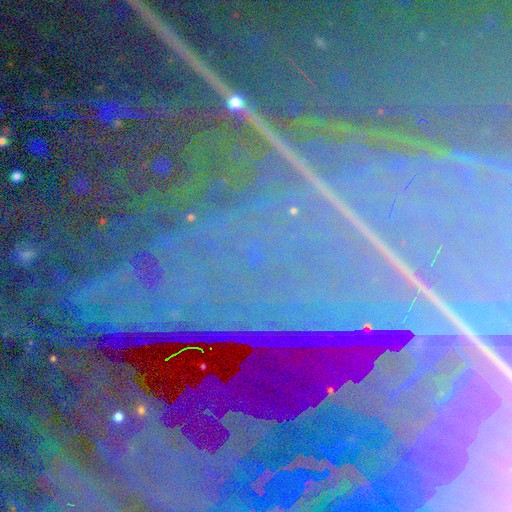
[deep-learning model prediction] smooth-or-featured: star or artifact: 90% | featured or disk: 6% | smooth: 5%